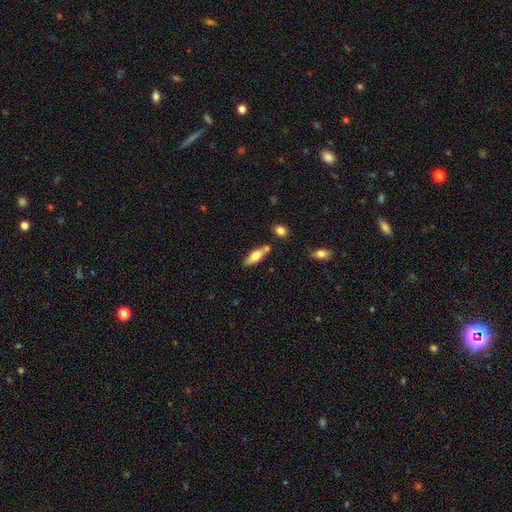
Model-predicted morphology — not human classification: Smooth or featured?
  - smooth: 69% *
  - featured or disk: 25%
  - star or artifact: 7%
How rounded?
  - in between: 61% *
  - cigar-shaped: 36%
  - round: 2%
Merging?
  - none: 70% *
  - minor disturbance: 15%
  - merger: 12%
  - major disturbance: 3%